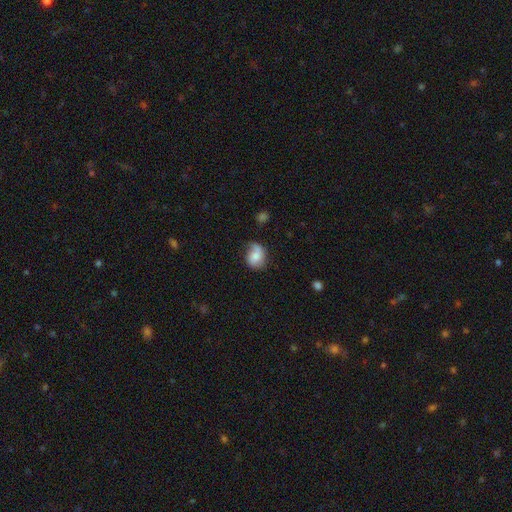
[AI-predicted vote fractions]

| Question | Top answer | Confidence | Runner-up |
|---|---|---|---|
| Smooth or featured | smooth | 62% | featured or disk (29%) |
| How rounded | round | 51% | in between (48%) |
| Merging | none | 50% | minor disturbance (32%) |